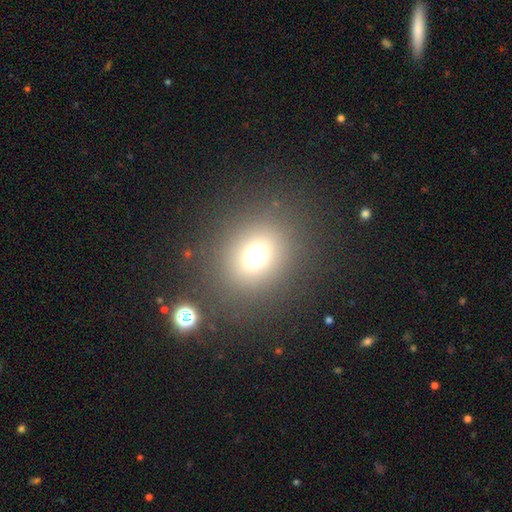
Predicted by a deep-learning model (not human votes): Smooth or featured? Predicted: smooth (p=0.68). How rounded? Predicted: round (p=0.72). Merging? Predicted: none (p=0.82).